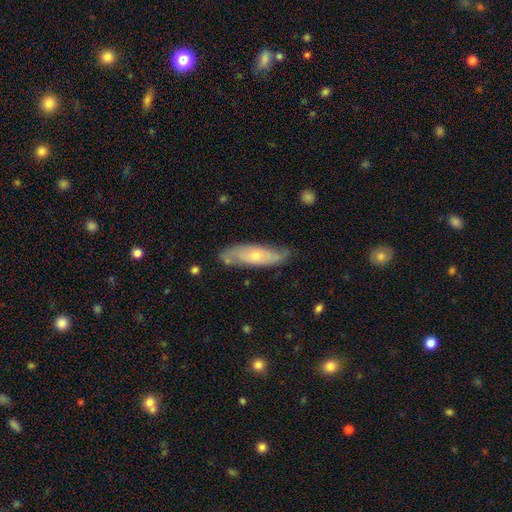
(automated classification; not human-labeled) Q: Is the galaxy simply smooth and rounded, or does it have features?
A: featured or disk — 49%.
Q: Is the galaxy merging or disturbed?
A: none — 70%.